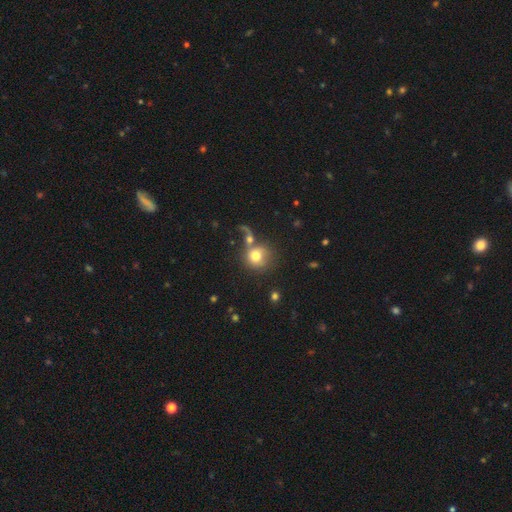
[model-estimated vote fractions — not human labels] This appears to be a smooth galaxy with no disk features (74%) that is round (87%). Merging: none (44%).